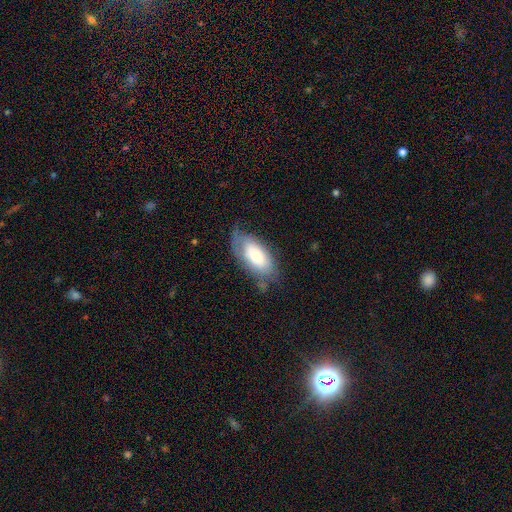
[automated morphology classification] Smooth or featured: smooth — 60% (featured or disk — 34%)
How rounded: in between — 90% (cigar-shaped — 7%)
Merging: none — 56% (minor disturbance — 30%)